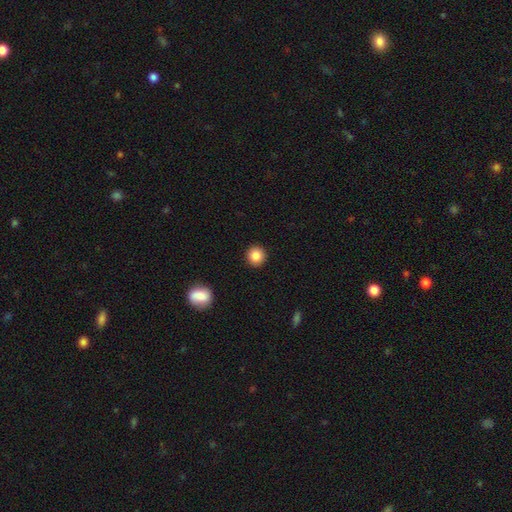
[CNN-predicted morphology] Q: Smooth or featured?
A: smooth (86%); runner-up: star or artifact (9%)
Q: How rounded?
A: round (93%); runner-up: in between (6%)
Q: Merging?
A: none (92%); runner-up: minor disturbance (5%)